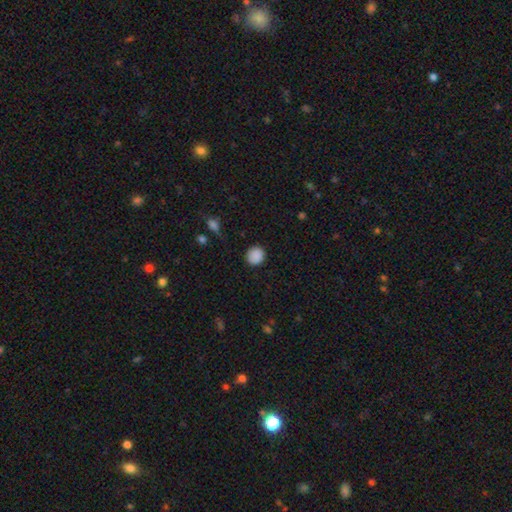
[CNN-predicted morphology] Overall: smooth (88%). How rounded: round (85%). Merging: none (88%).